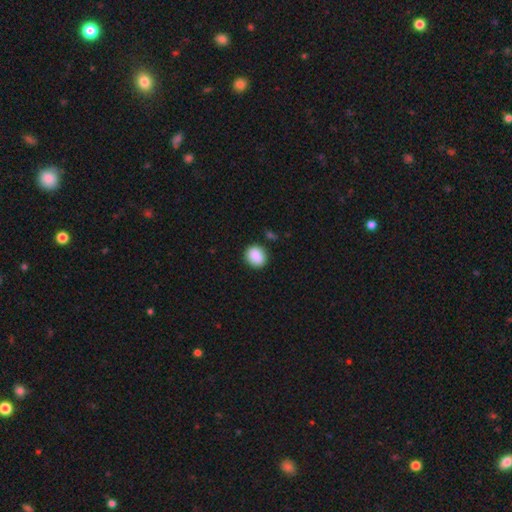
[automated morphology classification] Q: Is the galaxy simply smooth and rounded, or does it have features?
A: smooth — 89%.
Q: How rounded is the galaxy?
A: round — 66%.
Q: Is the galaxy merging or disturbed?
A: none — 86%.